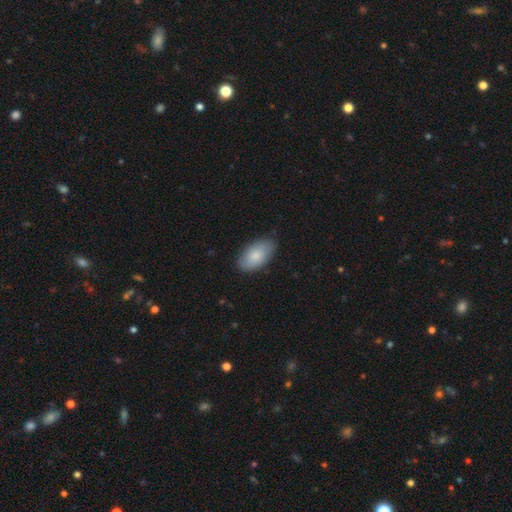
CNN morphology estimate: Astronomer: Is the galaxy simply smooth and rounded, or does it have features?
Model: smooth — 83%.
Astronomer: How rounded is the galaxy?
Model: in between — 95%.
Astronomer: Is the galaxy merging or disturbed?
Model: none — 83%.